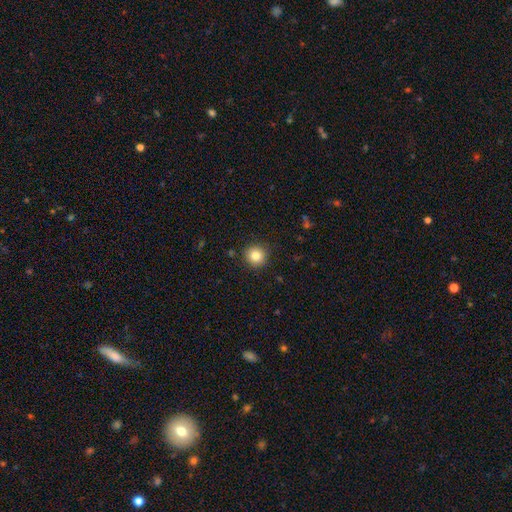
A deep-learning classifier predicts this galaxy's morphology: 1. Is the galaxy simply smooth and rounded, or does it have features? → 83% smooth, 10% star or artifact, 6% featured or disk.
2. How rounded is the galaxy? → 94% round, 5% in between, 1% cigar-shaped.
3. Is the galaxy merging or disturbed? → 90% none, 7% minor disturbance, 2% major disturbance, 1% merger.